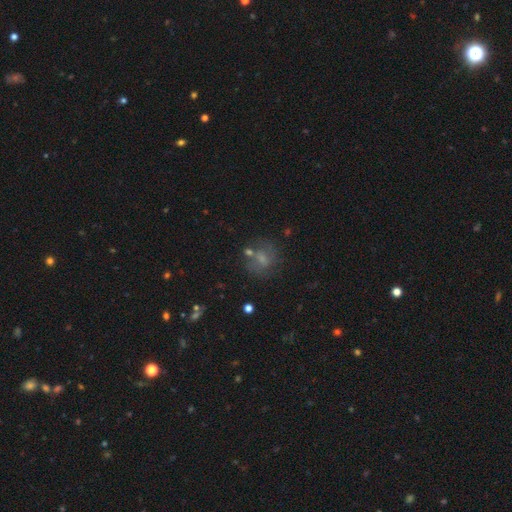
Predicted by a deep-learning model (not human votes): Overall: smooth (44%; featured or disk 35%). Merging: none (60%).